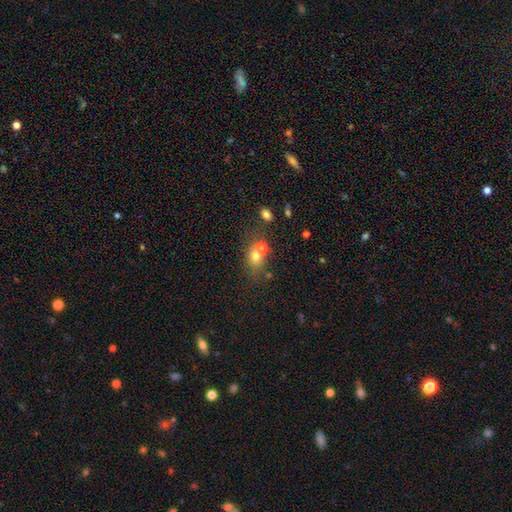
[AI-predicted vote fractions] This appears to be a smooth galaxy with no disk features (68%) that is round (54%). Merging: merger (47%).